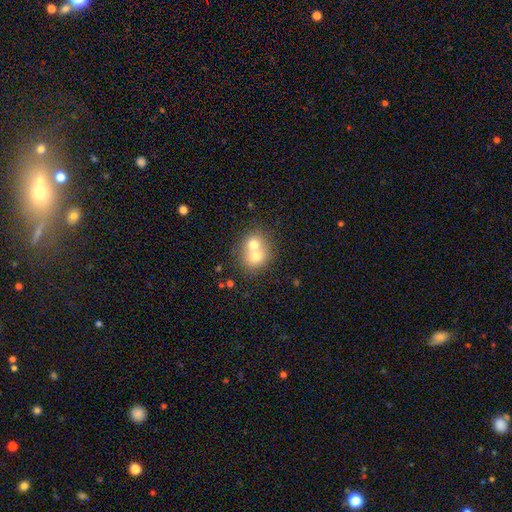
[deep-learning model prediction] Q: Smooth or featured?
A: smooth (67%); runner-up: featured or disk (23%)
Q: How rounded?
A: round (72%); runner-up: in between (27%)
Q: Merging?
A: merger (66%); runner-up: none (26%)